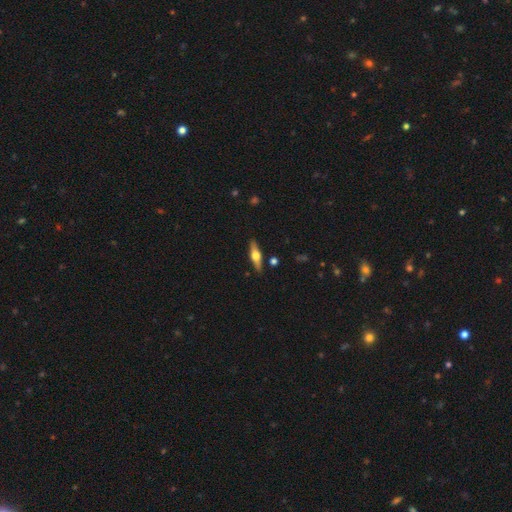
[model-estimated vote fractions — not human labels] A featured or disk galaxy (65%) viewed edge-on (95%) with a rounded central bulge (94%). Merging: none (88%).